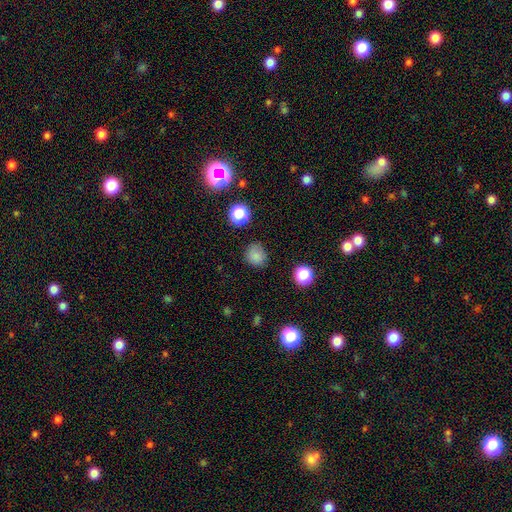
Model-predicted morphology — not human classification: smooth_or_featured: smooth (p=0.79) [alt: star or artifact p=0.16]
how_rounded: round (p=0.81) [alt: in between p=0.18]
merging: none (p=0.79) [alt: minor disturbance p=0.15]